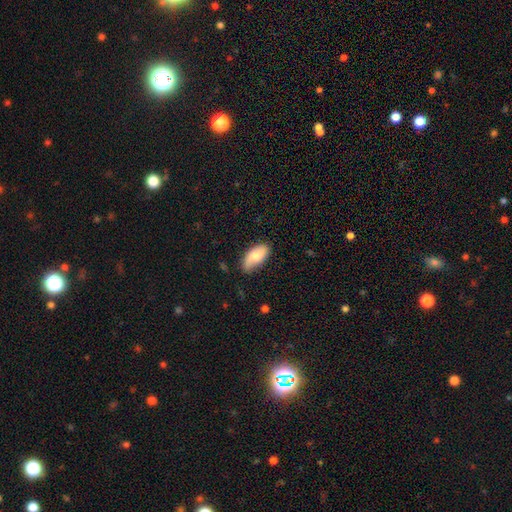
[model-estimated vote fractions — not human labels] This is likely a smooth galaxy (72%). How rounded: clearly in between (93%). Merging: likely none (71%).